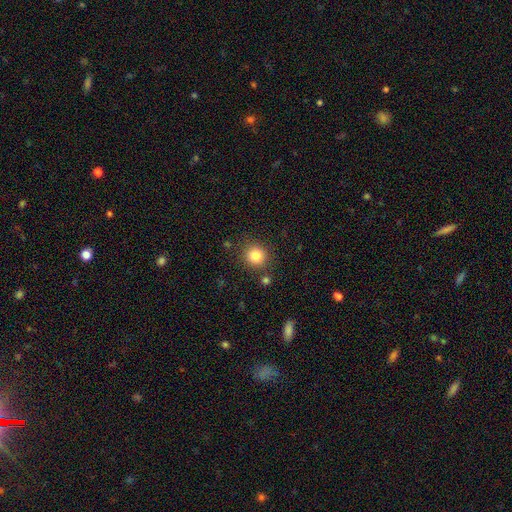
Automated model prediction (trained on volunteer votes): Smooth or featured? Predicted: smooth (p=0.83). How rounded? Predicted: round (p=0.90). Merging? Predicted: none (p=0.84).